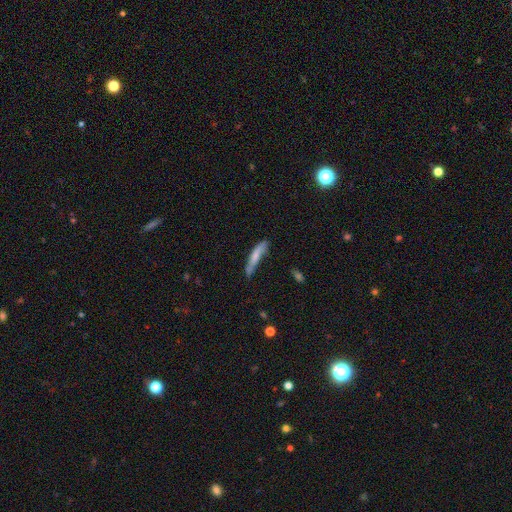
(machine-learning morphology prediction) Overall: smooth (71%). How rounded: cigar-shaped (85%). Merging: none (51%; minor disturbance 31%).